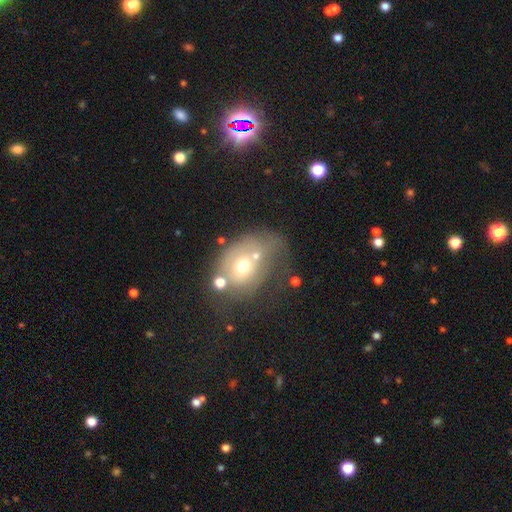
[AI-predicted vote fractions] Smooth or featured: smooth — 52% (featured or disk — 35%)
How rounded: in between — 51% (round — 48%)
Merging: none — 27% (tied with merger — 27%; major disturbance — 27%)